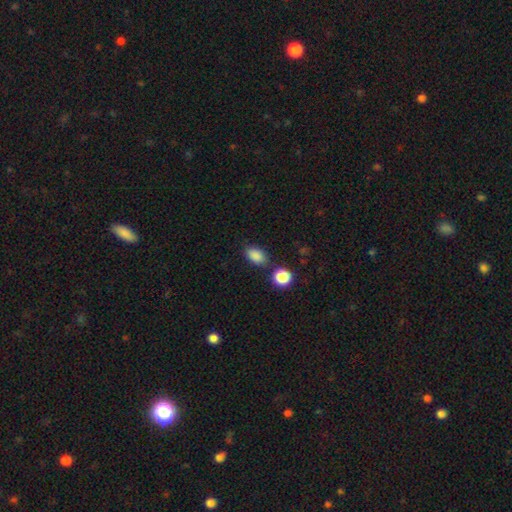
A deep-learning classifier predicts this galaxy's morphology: A smooth galaxy with no disk features (86%) that is in between round and cigar-shaped (85%).

Vote fractions:
- Smooth or featured? smooth: 86% / star or artifact: 10% / featured or disk: 4%
- How rounded? in between: 85% / round: 13% / cigar-shaped: 2%
- Merging? none: 74% / minor disturbance: 14% / merger: 8% / major disturbance: 4%